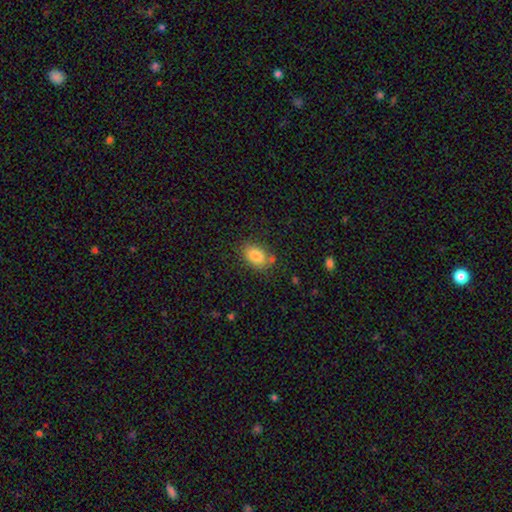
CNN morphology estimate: Q: Smooth or featured?
A: smooth (84%); runner-up: star or artifact (8%)
Q: How rounded?
A: in between (86%); runner-up: round (12%)
Q: Merging?
A: none (72%); runner-up: minor disturbance (18%)